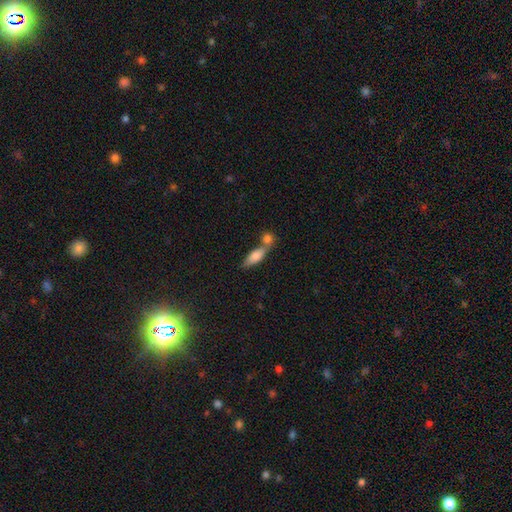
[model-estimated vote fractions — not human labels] smooth_or_featured: smooth (p=0.75) [alt: featured or disk p=0.18]
how_rounded: in between (p=0.64) [alt: cigar-shaped p=0.32]
merging: merger (p=0.51) [alt: none p=0.34]